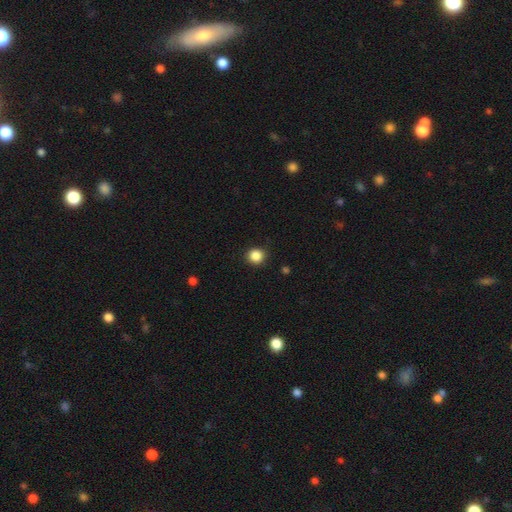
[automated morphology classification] Overall: smooth (86%). How rounded: round (91%). Merging: none (90%).